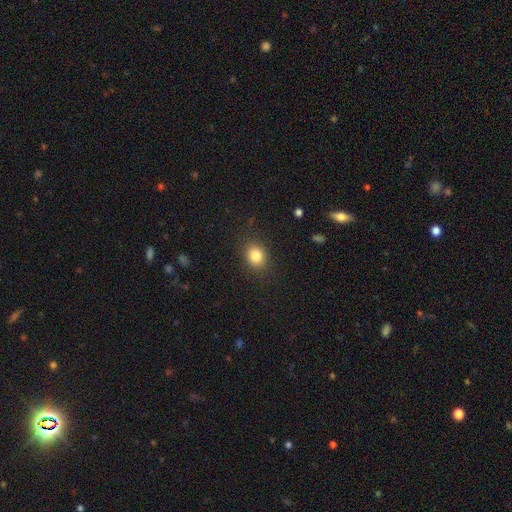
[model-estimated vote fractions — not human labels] Q: Smooth or featured?
A: smooth (83%); runner-up: star or artifact (11%)
Q: How rounded?
A: round (60%); runner-up: in between (39%)
Q: Merging?
A: none (87%); runner-up: minor disturbance (9%)